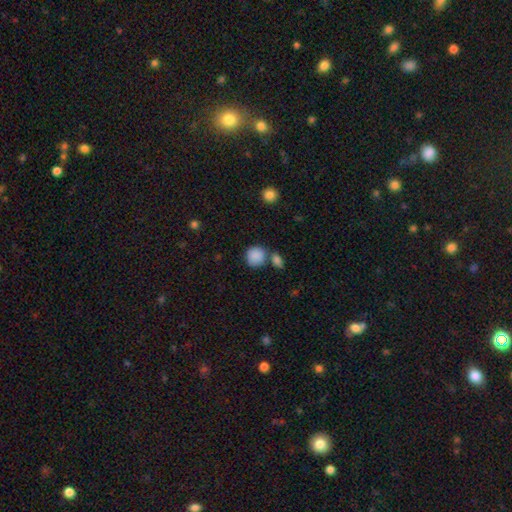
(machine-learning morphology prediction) This is clearly a smooth galaxy (88%). How rounded: clearly round (85%). Merging: possibly none (59%).